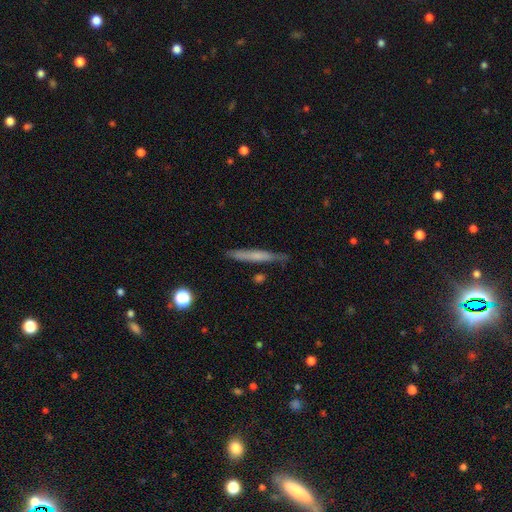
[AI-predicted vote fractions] Morphology: type=smooth (55%); roundness=cigar-shaped (95%); merging=none (83%).